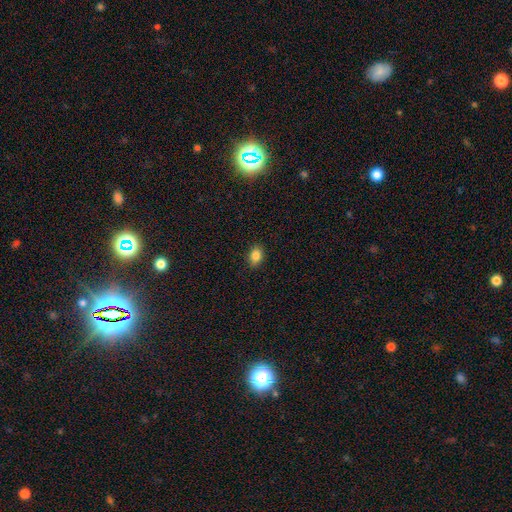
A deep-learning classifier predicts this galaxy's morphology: type=smooth (84%); roundness=in between (73%); merging=none (87%).